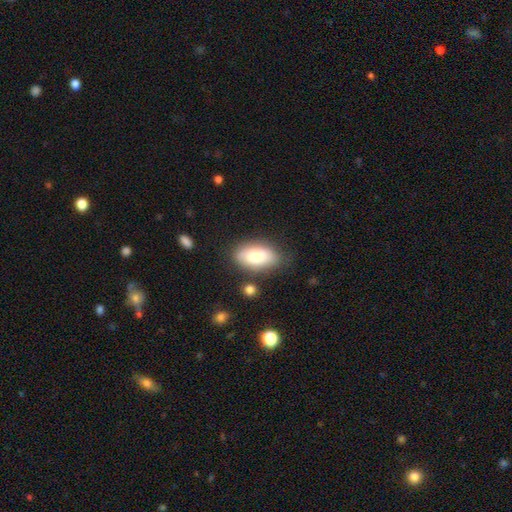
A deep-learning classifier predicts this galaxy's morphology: smooth-or-featured: smooth: 76% | featured or disk: 17% | star or artifact: 7%
  how-rounded: in between: 92% | round: 5% | cigar-shaped: 3%
  merging: none: 71% | minor disturbance: 19% | major disturbance: 6% | merger: 4%